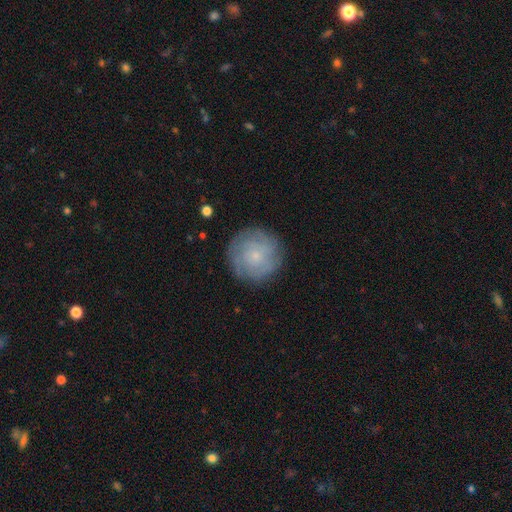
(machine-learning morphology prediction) type=smooth (46%, tied with featured or disk); merging=none (84%).